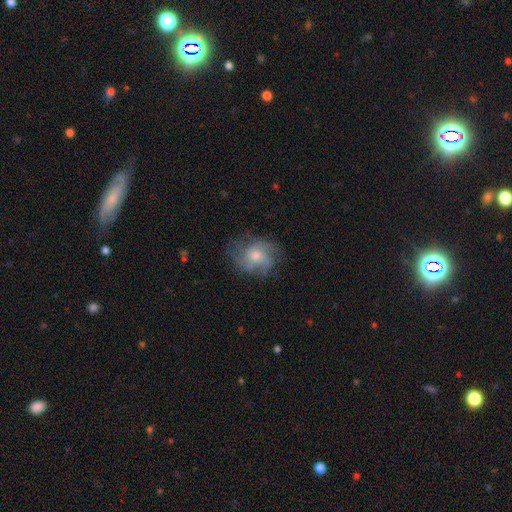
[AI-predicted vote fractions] featured or disk 59%, smooth 30%, star or artifact 11%. Down the decision tree: edge-on disk — no (97%); bar — no (77%); spiral arms — yes (79%); bulge size — moderate (57%); merging — none (68%).